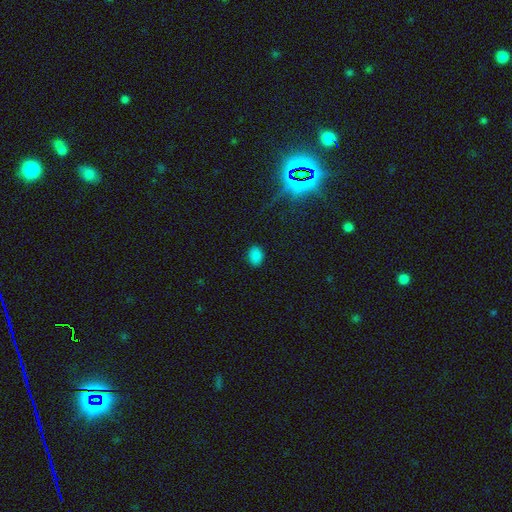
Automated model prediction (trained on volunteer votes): Smooth or featured: smooth — 82% (star or artifact — 15%)
How rounded: in between — 76% (round — 23%)
Merging: none — 86% (minor disturbance — 11%)